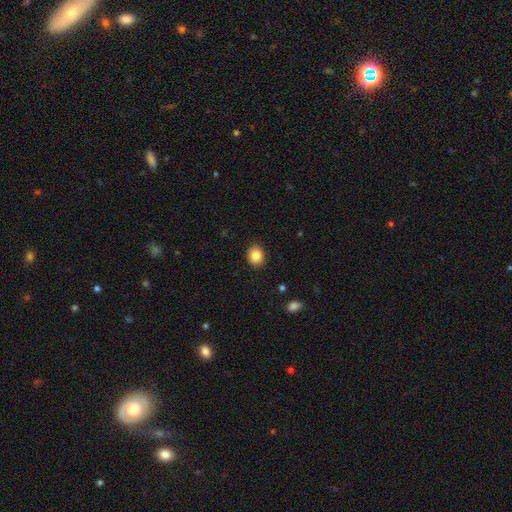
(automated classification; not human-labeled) This appears to be a smooth galaxy with no disk features (85%) that is round (60%). Merging: none (90%).